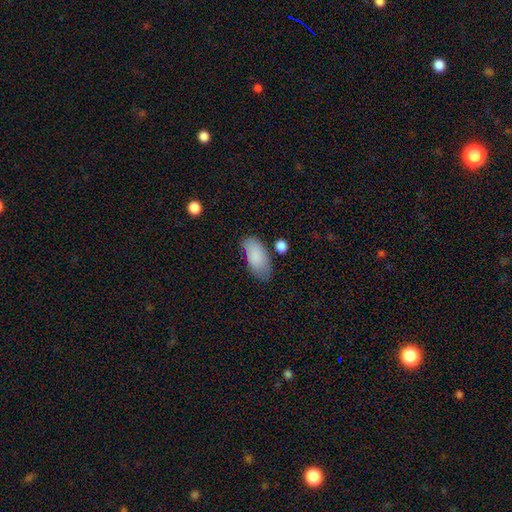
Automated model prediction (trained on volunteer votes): This appears to be a smooth galaxy with no disk features (86%) that is in between round and cigar-shaped (93%). Merging: none (68%).